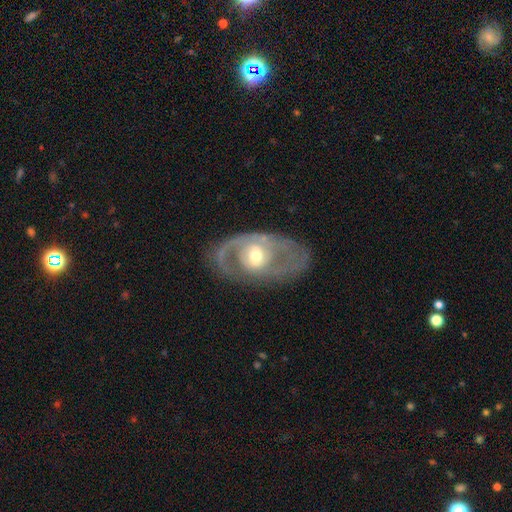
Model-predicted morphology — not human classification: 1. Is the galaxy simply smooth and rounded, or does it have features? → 77% featured or disk, 18% smooth, 5% star or artifact.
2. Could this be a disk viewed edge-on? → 94% no, 6% yes.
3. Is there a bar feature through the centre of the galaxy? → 51% no, 35% weak, 13% strong.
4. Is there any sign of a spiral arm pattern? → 66% yes, 34% no.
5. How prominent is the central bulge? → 63% moderate, 26% small, 9% large, 1% dominant, 1% none.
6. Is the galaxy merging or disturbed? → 67% none, 17% minor disturbance, 15% major disturbance, 2% merger.